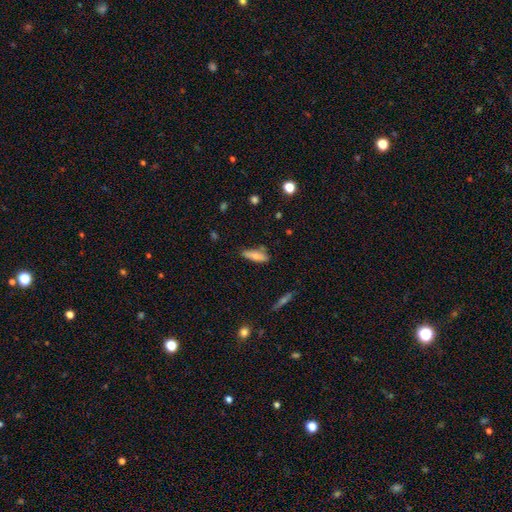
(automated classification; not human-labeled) This is likely a smooth galaxy (71%). How rounded: possibly cigar-shaped (50%). Merging: likely none (69%).